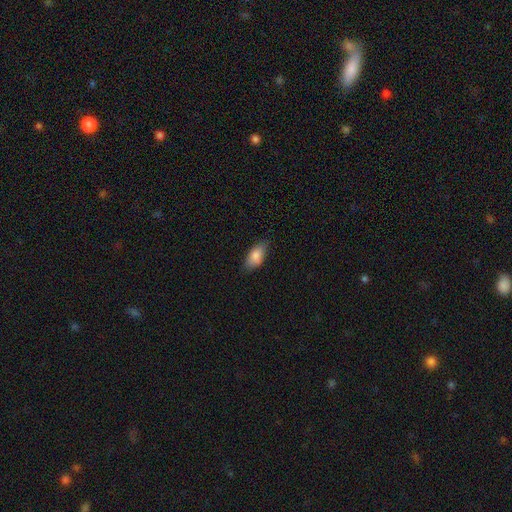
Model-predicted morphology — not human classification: A smooth galaxy with no disk features (83%) that is in between round and cigar-shaped (89%). Merging: none (79%).